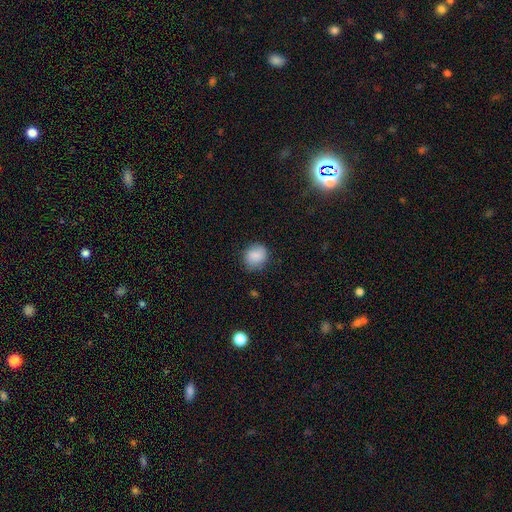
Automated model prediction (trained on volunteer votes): Q: Smooth or featured?
A: smooth (86%); runner-up: star or artifact (8%)
Q: How rounded?
A: round (70%); runner-up: in between (29%)
Q: Merging?
A: none (78%); runner-up: minor disturbance (16%)